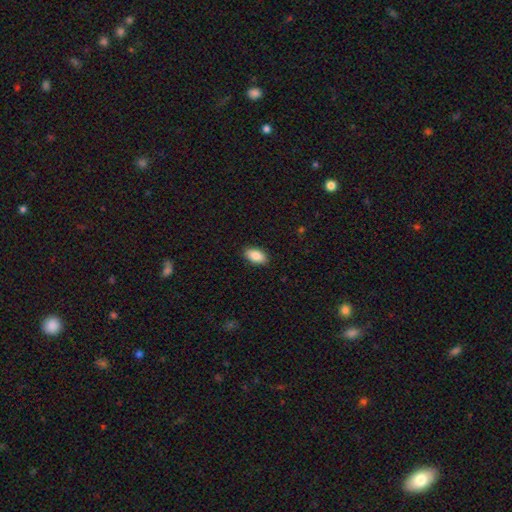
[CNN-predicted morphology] Q: Smooth or featured?
A: smooth (86%); runner-up: star or artifact (7%)
Q: How rounded?
A: in between (92%); runner-up: round (4%)
Q: Merging?
A: none (89%); runner-up: minor disturbance (8%)